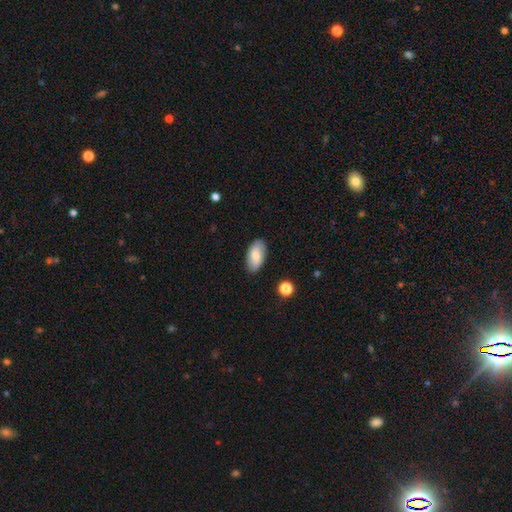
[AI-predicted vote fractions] smooth_or_featured: smooth (p=0.74) [alt: featured or disk p=0.20]
how_rounded: in between (p=0.94) [alt: cigar-shaped p=0.03]
merging: none (p=0.84) [alt: minor disturbance p=0.12]